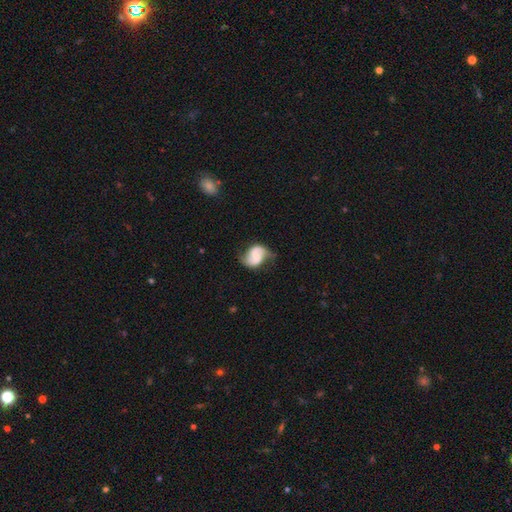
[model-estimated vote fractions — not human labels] This is likely a featured or disk galaxy (75%). It is clearly not viewed edge-on (98%). Bar: possibly weak (46%). Spiral arm pattern: clearly yes (94%). Spiral arm count: clearly 2 (90%). Spiral winding: marginally medium (43%). Central bulge: marginally small (39%). Merging: likely none (66%).